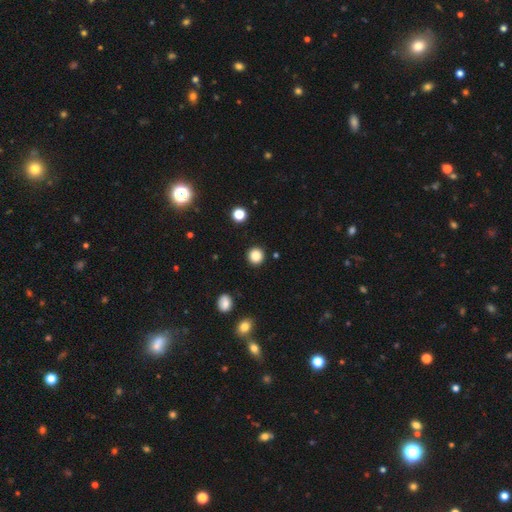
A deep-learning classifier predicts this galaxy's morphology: smooth 86%, star or artifact 11%, featured or disk 3%. Down the decision tree: how rounded — round (93%); merging — none (92%).